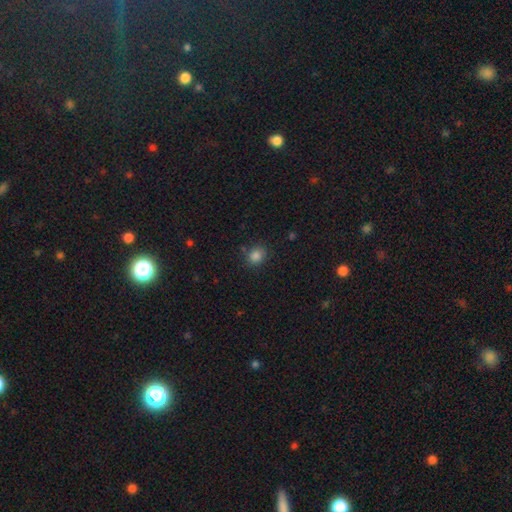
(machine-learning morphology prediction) type=smooth (83%); roundness=round (66%); merging=none (82%).